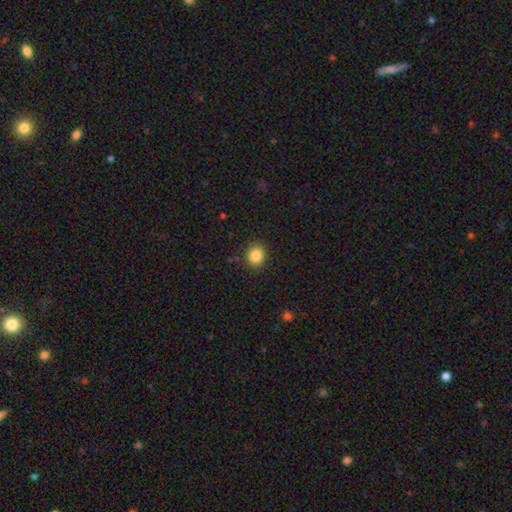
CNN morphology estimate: type=smooth (85%); roundness=round (82%); merging=none (90%).